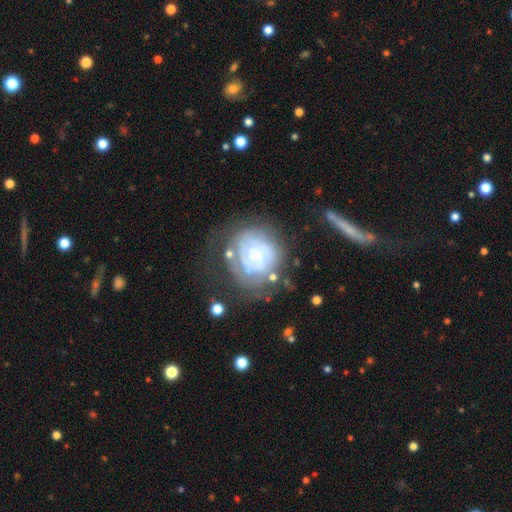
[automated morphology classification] smooth_or_featured: featured or disk (p=0.76) [alt: smooth p=0.18]
disk_edge_on: no (p=0.98) [alt: yes p=0.02]
bar: no (p=0.67) [alt: weak p=0.27]
has_spiral_arms: yes (p=0.81) [alt: no p=0.19]
spiral_winding: tight (p=0.71) [alt: medium p=0.21]
spiral_arm_count: can't tell (p=0.46) [alt: 2 p=0.27]
bulge_size: small (p=0.56) [alt: moderate p=0.36]
merging: none (p=0.59) [alt: minor disturbance p=0.21]